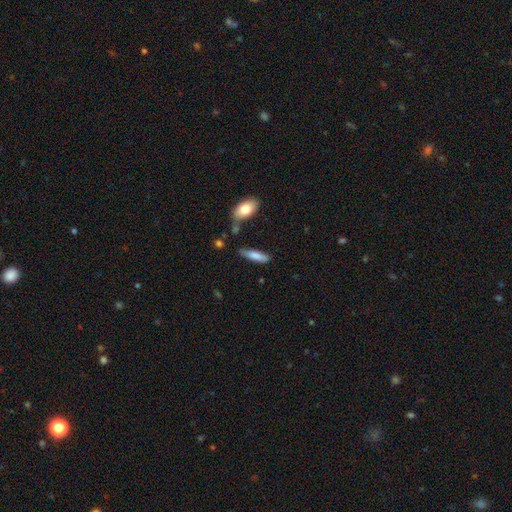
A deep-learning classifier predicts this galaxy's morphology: Overall: smooth (77%). How rounded: cigar-shaped (70%). Merging: none (72%).